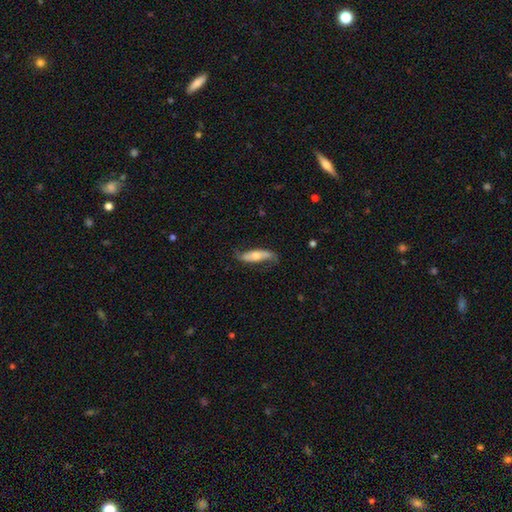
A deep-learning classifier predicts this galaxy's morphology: featured or disk 59%, smooth 35%, star or artifact 6%. Down the decision tree: edge-on disk — no (71%); merging — none (69%).